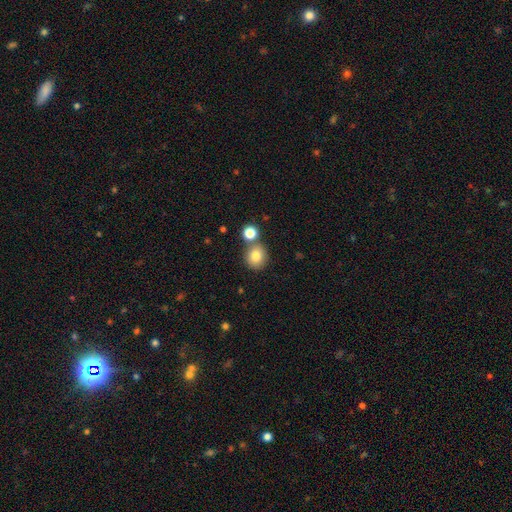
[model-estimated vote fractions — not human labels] Q: Smooth or featured?
A: smooth (81%); runner-up: star or artifact (11%)
Q: How rounded?
A: round (86%); runner-up: in between (13%)
Q: Merging?
A: none (70%); runner-up: merger (19%)